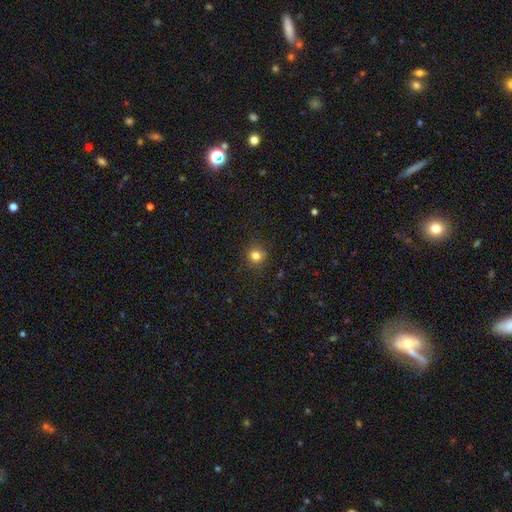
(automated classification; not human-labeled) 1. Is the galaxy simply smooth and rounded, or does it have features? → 81% smooth, 13% star or artifact, 5% featured or disk.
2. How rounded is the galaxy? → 91% round, 9% in between, 1% cigar-shaped.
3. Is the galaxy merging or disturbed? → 89% none, 7% minor disturbance, 2% major disturbance, 1% merger.